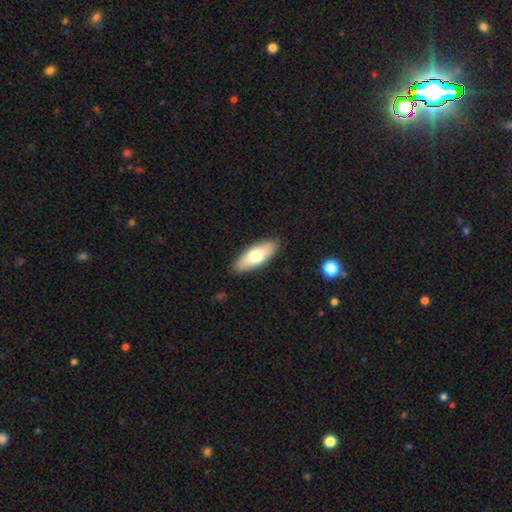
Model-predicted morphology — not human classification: Smooth or featured: smooth — 71% (featured or disk — 24%)
How rounded: in between — 73% (cigar-shaped — 25%)
Merging: none — 89% (minor disturbance — 9%)